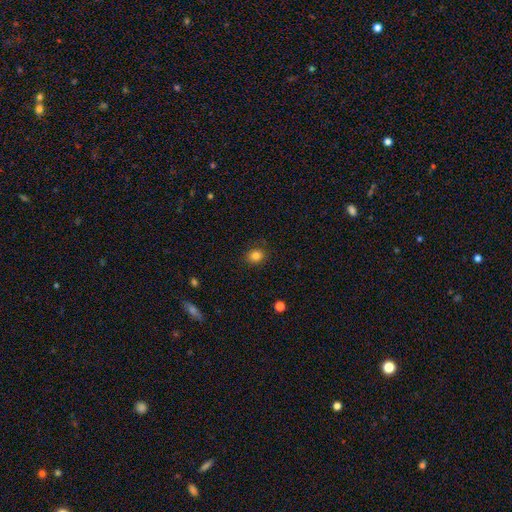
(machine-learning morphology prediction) type=smooth (83%); roundness=round (65%); merging=none (87%).